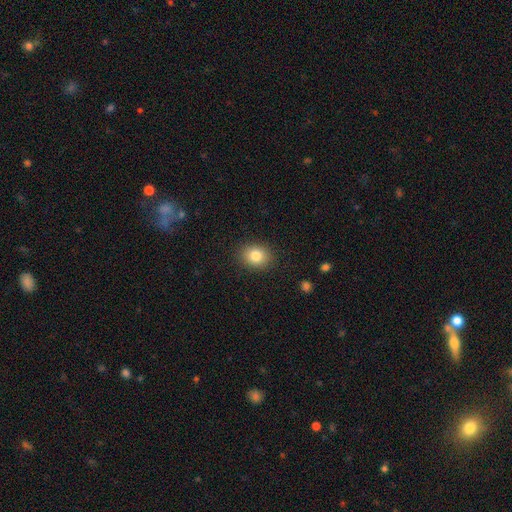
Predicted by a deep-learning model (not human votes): Smooth or featured?
  - smooth: 83% *
  - star or artifact: 10%
  - featured or disk: 8%
How rounded?
  - round: 54% *
  - in between: 45%
  - cigar-shaped: 1%
Merging?
  - none: 89% *
  - minor disturbance: 8%
  - major disturbance: 2%
  - merger: 1%